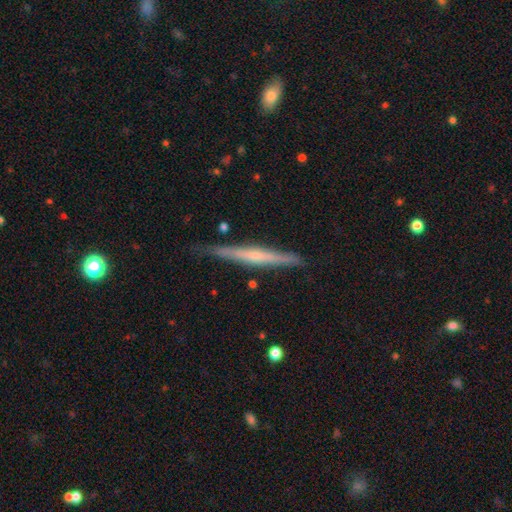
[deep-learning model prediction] smooth-or-featured: featured or disk: 60% | smooth: 34% | star or artifact: 6%
  disk-edge-on: yes: 97% | no: 3%
    edge-on-bulge: none: 48% | rounded: 41% | boxy: 11%
  merging: none: 81% | minor disturbance: 15% | major disturbance: 2% | merger: 2%